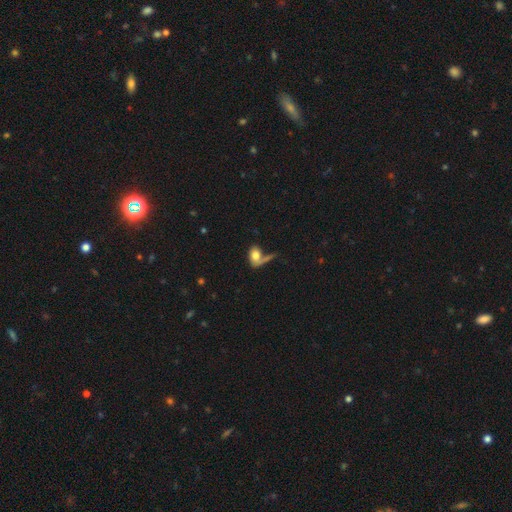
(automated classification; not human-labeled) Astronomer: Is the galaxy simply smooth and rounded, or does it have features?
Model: smooth — 69%.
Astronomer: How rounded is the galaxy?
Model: in between — 76%.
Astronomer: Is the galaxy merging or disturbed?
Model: none — 34% (runner-up: merger, 28%).